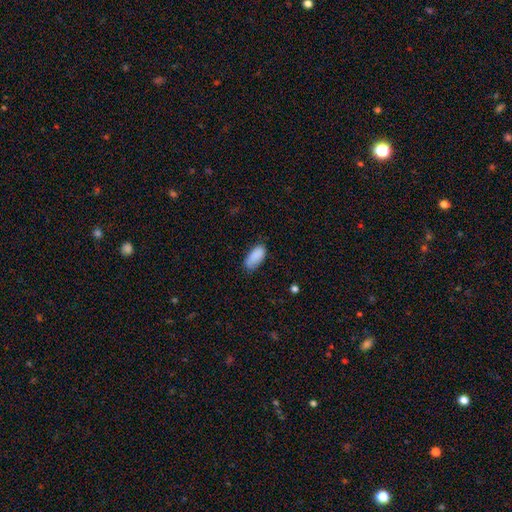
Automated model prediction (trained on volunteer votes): Q: Smooth or featured?
A: smooth (87%); runner-up: star or artifact (7%)
Q: How rounded?
A: in between (92%); runner-up: cigar-shaped (6%)
Q: Merging?
A: none (67%); runner-up: minor disturbance (26%)